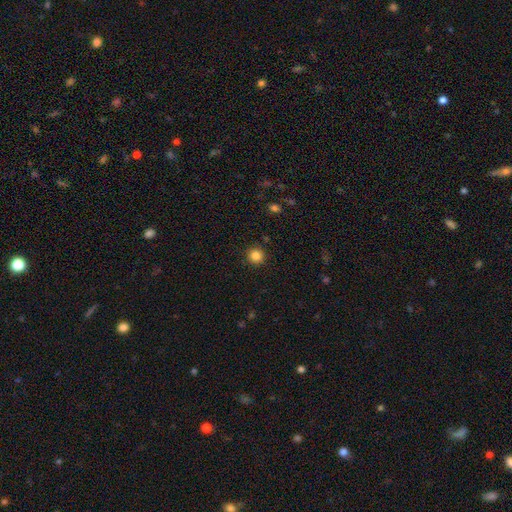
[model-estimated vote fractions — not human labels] Smooth or featured: smooth — 85% (star or artifact — 11%)
How rounded: round — 94% (in between — 5%)
Merging: none — 91% (minor disturbance — 6%)